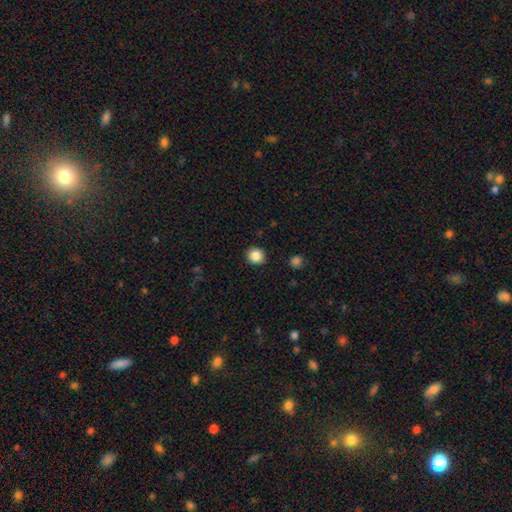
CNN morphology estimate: smooth 86%, star or artifact 10%, featured or disk 4%. Down the decision tree: how rounded — round (91%); merging — none (92%).